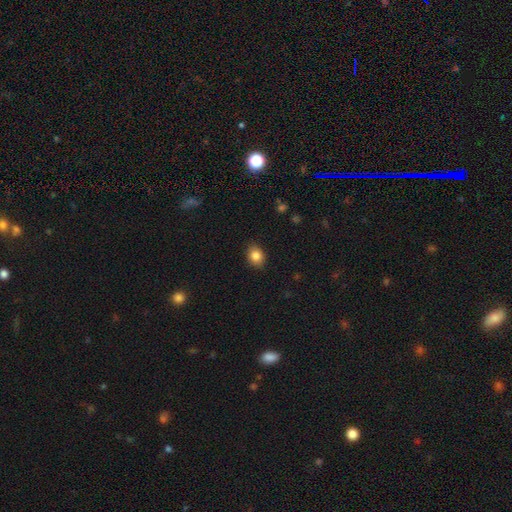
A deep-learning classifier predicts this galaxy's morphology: This appears to be a smooth galaxy with no disk features (85%) that is in between round and cigar-shaped (56%). Merging: none (85%).